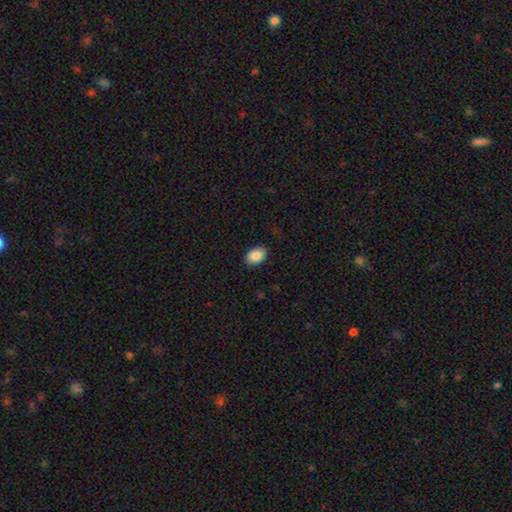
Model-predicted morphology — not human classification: A smooth galaxy with no disk features (89%) that is in between round and cigar-shaped (82%). Merging: none (87%).